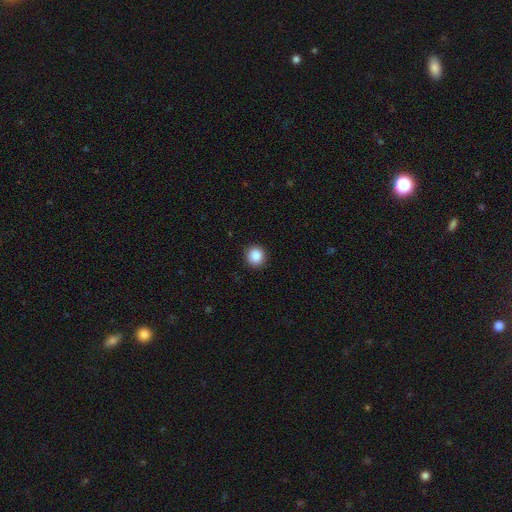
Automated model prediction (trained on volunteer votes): Smooth or featured: smooth — 88% (star or artifact — 9%)
How rounded: round — 93% (in between — 6%)
Merging: none — 92% (minor disturbance — 5%)